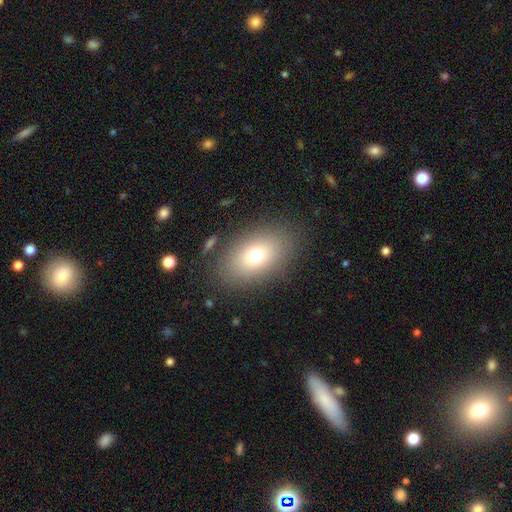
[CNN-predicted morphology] A smooth galaxy with no disk features (72%) that is in between round and cigar-shaped (82%). Merging: none (83%).